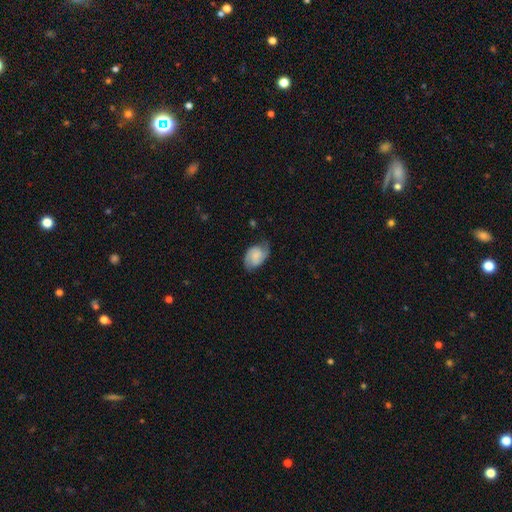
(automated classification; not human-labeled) This appears to be a featured or disk galaxy (67%) with no bar (55%), 2 (88%) medium (46%) spiral arms (94%) and no central bulge (45%). Merging: none (71%).